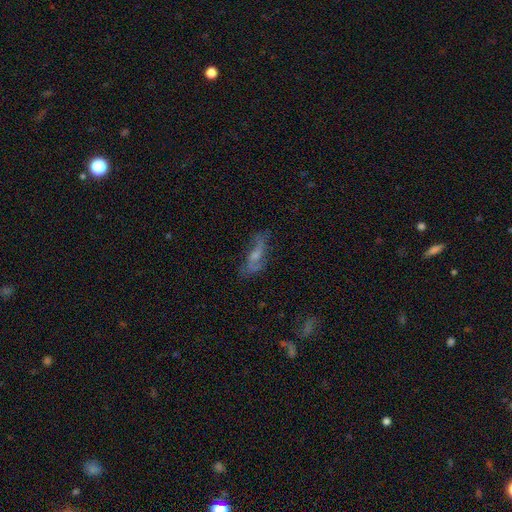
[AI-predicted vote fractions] smooth_or_featured: featured or disk (p=0.60) [alt: smooth p=0.28]
disk_edge_on: no (p=0.82) [alt: yes p=0.18]
merging: none (p=0.56) [alt: minor disturbance p=0.23]